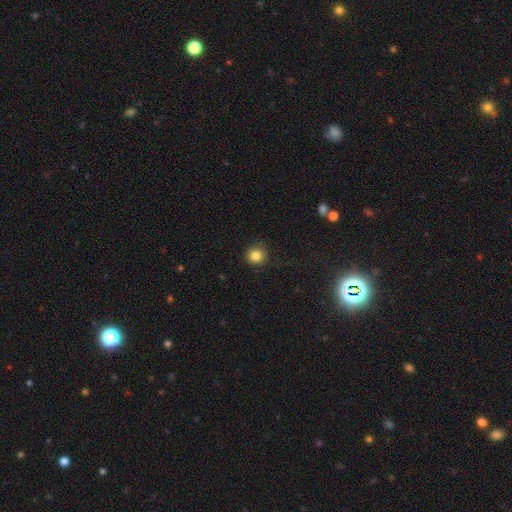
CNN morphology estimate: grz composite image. It shows a smooth galaxy with no disk features (84%) that is round (92%). Merging: none (85%).